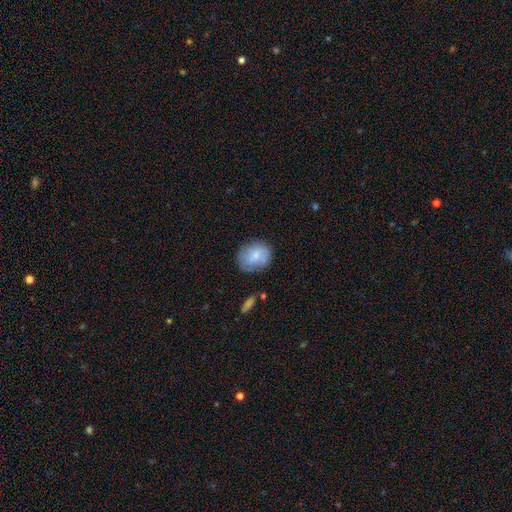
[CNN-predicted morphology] The model was most divided on "how rounded": round: 55%, in between: 44%, cigar-shaped: 1%. More confident: merging — none (69%); smooth or featured — smooth (68%).